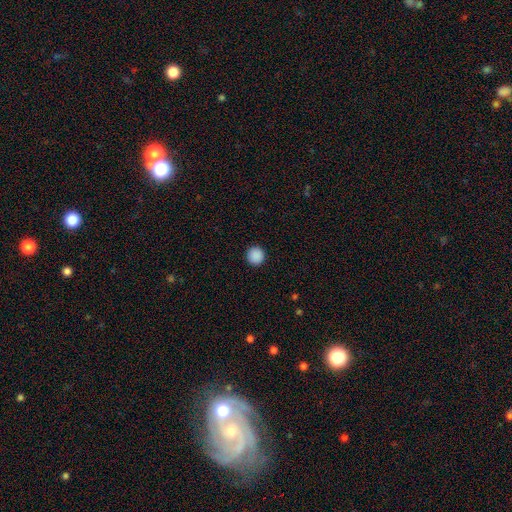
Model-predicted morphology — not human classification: smooth_or_featured: smooth (p=0.89) [alt: star or artifact p=0.08]
how_rounded: round (p=0.95) [alt: in between p=0.04]
merging: none (p=0.93) [alt: minor disturbance p=0.04]